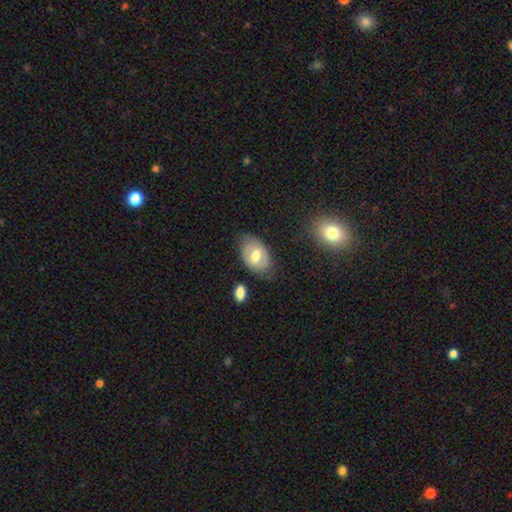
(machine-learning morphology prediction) This appears to be a smooth galaxy with no disk features (56%) that is in between round and cigar-shaped (86%). Merging: none (65%).